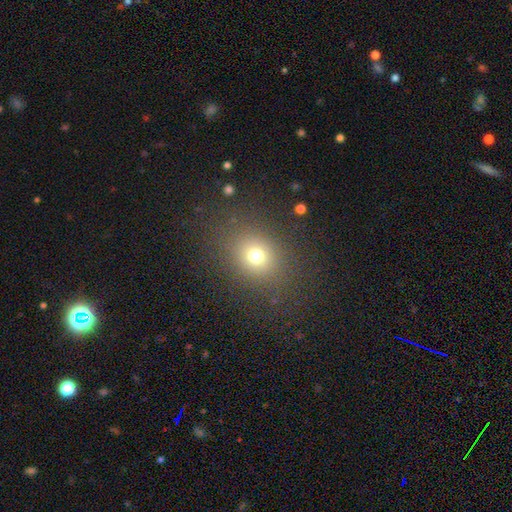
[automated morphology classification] smooth 72%, star or artifact 19%, featured or disk 9%. Down the decision tree: how rounded — round (65%); merging — none (83%).